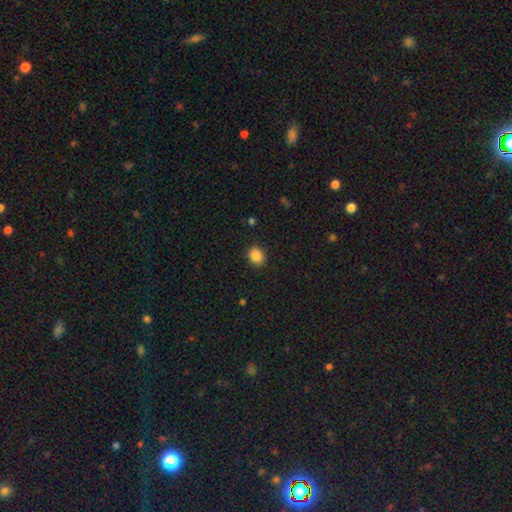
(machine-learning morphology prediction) Smooth or featured: smooth — 87% (star or artifact — 9%)
How rounded: round — 55% (in between — 45%)
Merging: none — 89% (minor disturbance — 8%)